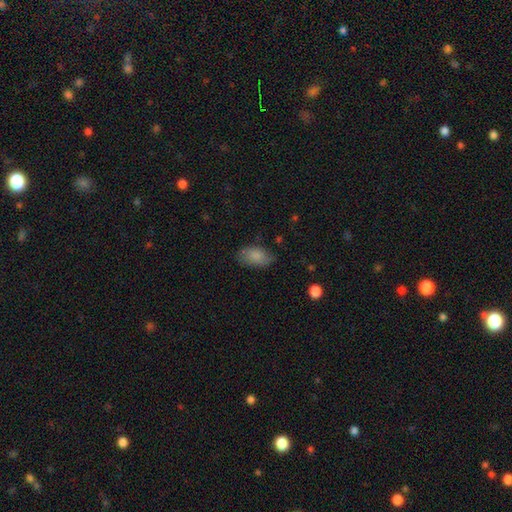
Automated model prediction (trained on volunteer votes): smooth_or_featured: smooth (p=0.83) [alt: featured or disk p=0.09]
how_rounded: in between (p=0.91) [alt: round p=0.07]
merging: none (p=0.70) [alt: minor disturbance p=0.22]